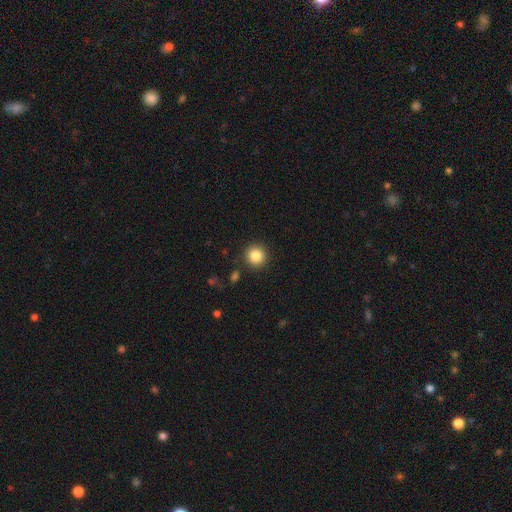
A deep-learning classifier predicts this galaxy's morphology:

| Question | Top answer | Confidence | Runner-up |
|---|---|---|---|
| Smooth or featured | smooth | 85% | star or artifact (10%) |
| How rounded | round | 94% | in between (5%) |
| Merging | none | 90% | minor disturbance (6%) |